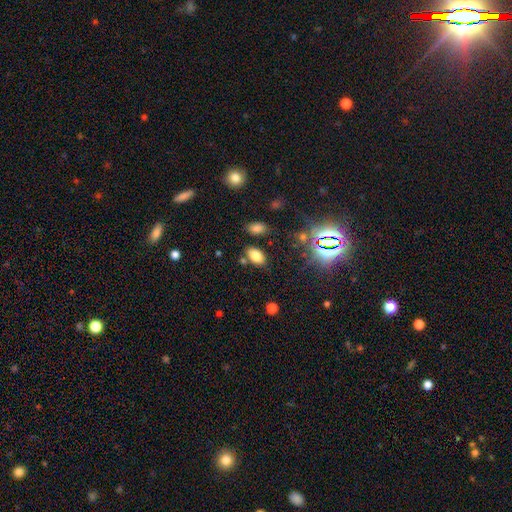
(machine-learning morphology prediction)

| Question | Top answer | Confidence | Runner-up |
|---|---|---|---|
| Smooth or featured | smooth | 77% | star or artifact (14%) |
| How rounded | in between | 90% | round (9%) |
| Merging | none | 76% | minor disturbance (12%) |